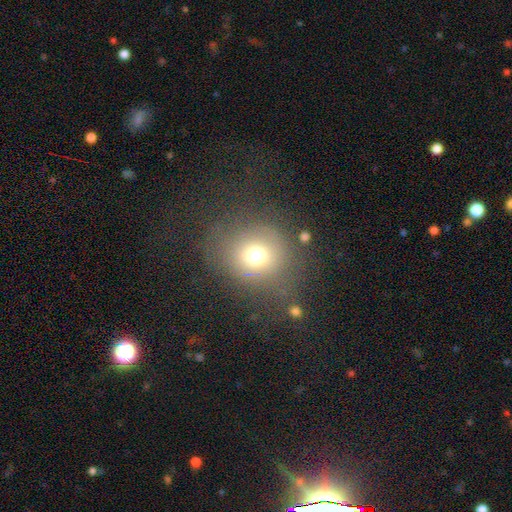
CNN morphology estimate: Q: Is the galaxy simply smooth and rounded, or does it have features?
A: smooth — 68%.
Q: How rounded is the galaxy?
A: round — 83%.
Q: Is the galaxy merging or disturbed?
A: none — 68%.